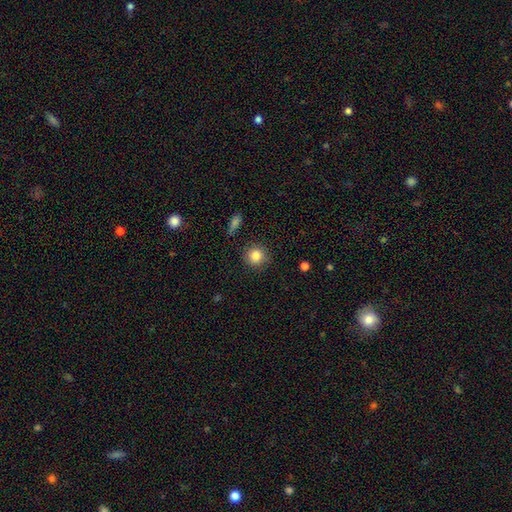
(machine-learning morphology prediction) The model was most divided on "smooth or featured": smooth: 84%, star or artifact: 10%, featured or disk: 6%. More confident: how rounded — round (91%); merging — none (87%).